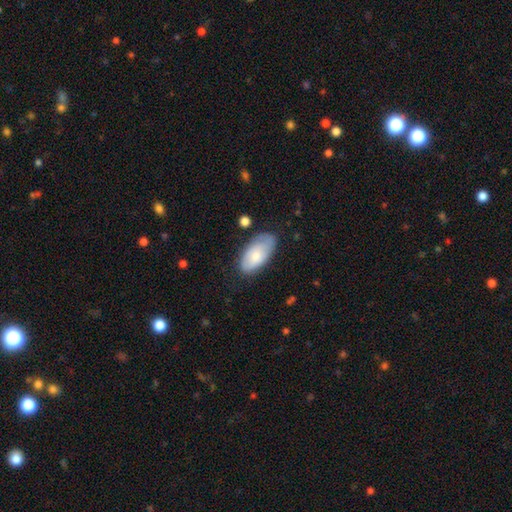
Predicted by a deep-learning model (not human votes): The model was most divided on "smooth or featured": smooth: 62%, featured or disk: 32%, star or artifact: 6%. More confident: how rounded — in between (94%); merging — none (65%).